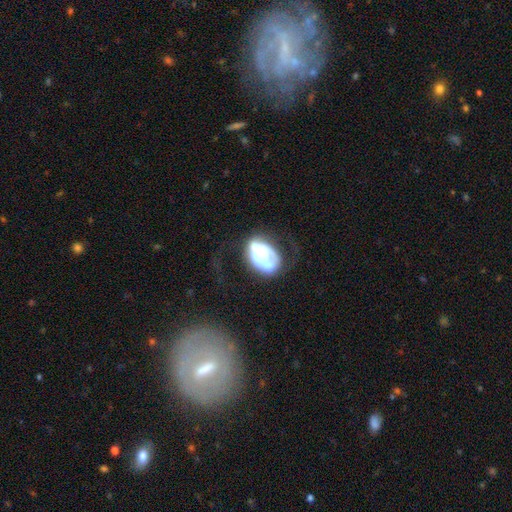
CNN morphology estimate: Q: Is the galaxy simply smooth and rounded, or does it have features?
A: featured or disk — 61%.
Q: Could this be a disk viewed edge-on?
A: no — 97%.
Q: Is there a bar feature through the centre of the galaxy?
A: no — 87%.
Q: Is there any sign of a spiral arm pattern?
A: no — 69%.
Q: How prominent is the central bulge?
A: moderate — 45%.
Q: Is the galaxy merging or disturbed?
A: major disturbance — 35%.